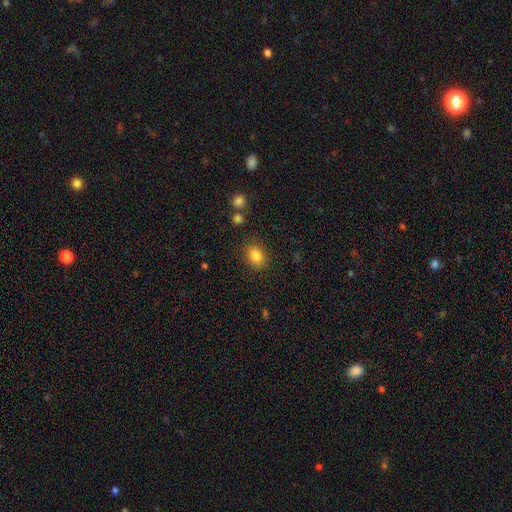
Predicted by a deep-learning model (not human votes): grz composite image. It shows a smooth galaxy with no disk features (84%) that is in between round and cigar-shaped (57%). Merging: none (85%).